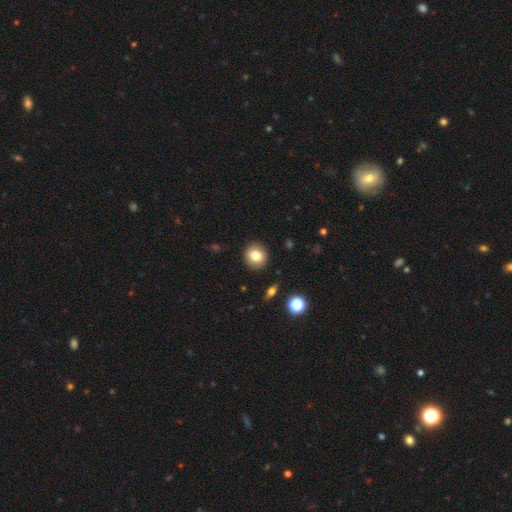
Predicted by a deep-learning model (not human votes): The model was most divided on "smooth or featured": smooth: 81%, star or artifact: 10%, featured or disk: 9%. More confident: merging — none (91%); how rounded — round (86%).